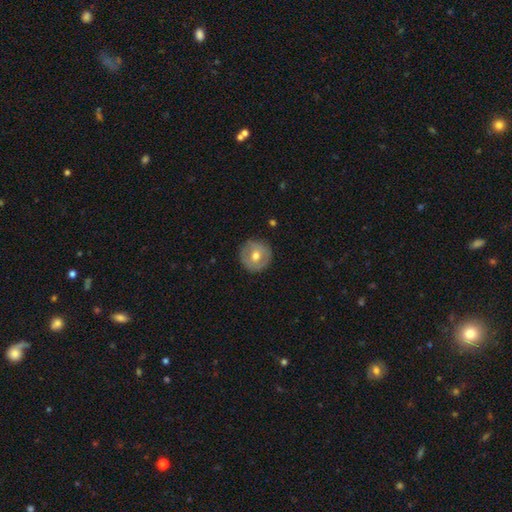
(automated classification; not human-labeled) This is possibly a smooth galaxy (53%). How rounded: clearly round (94%). Merging: clearly none (87%).